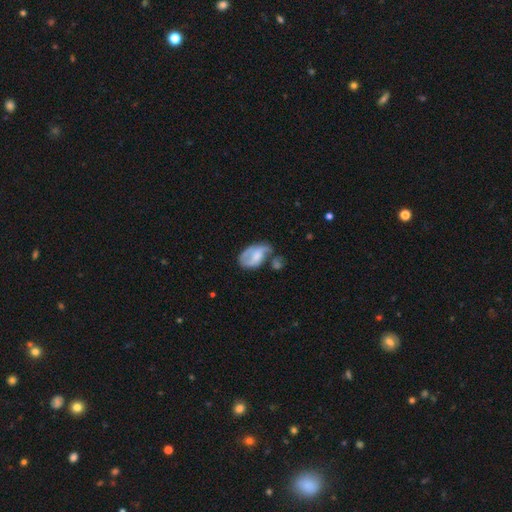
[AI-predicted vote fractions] Q: Smooth or featured?
A: featured or disk (56%); runner-up: smooth (37%)
Q: Edge-on disk?
A: no (96%); runner-up: yes (4%)
Q: Bar?
A: no (52%); runner-up: weak (37%)
Q: Spiral arms?
A: yes (68%); runner-up: no (32%)
Q: Bulge size?
A: moderate (37%); runner-up: small (29%)
Q: Merging?
A: none (32%); runner-up: minor disturbance (27%)